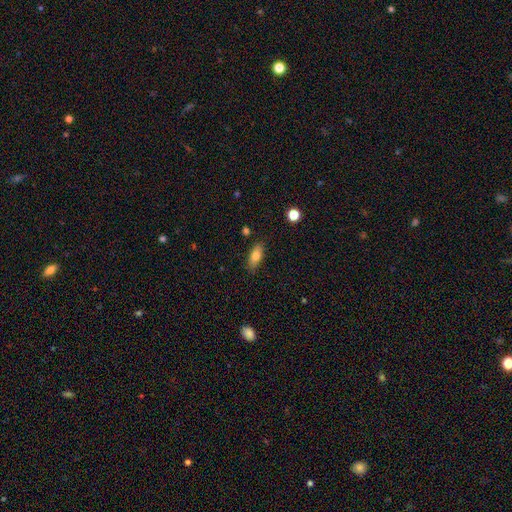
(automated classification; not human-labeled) Smooth or featured? smooth (77%)
How rounded? in between (81%)
Merging? none (84%)